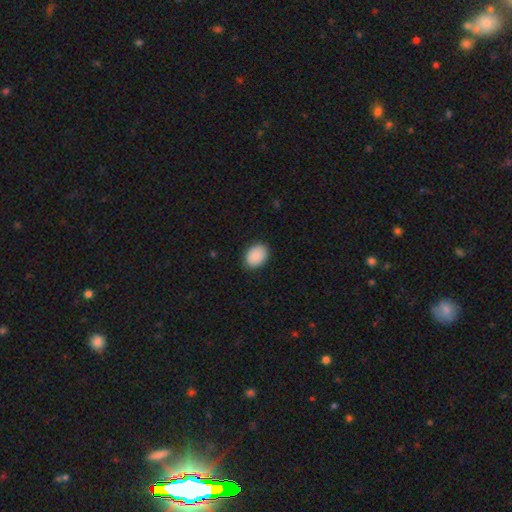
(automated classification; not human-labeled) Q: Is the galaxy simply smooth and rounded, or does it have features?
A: smooth — 90%.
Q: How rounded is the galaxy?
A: in between — 73%.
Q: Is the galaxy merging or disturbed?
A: none — 88%.